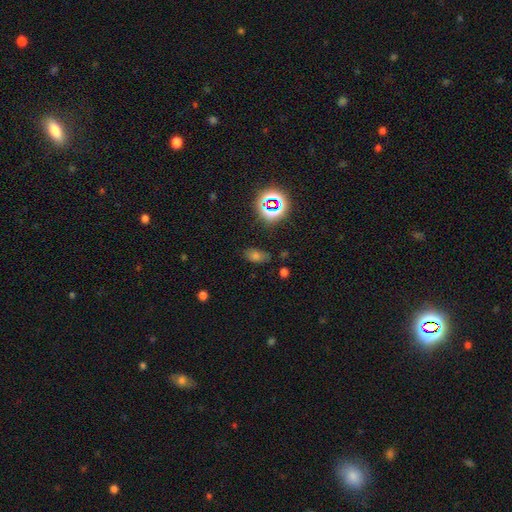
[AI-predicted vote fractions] Smooth or featured?
  - smooth: 51% *
  - star or artifact: 38%
  - featured or disk: 11%
How rounded?
  - in between: 79% *
  - round: 17%
  - cigar-shaped: 4%
Merging?
  - none: 77% *
  - minor disturbance: 15%
  - major disturbance: 5%
  - merger: 3%